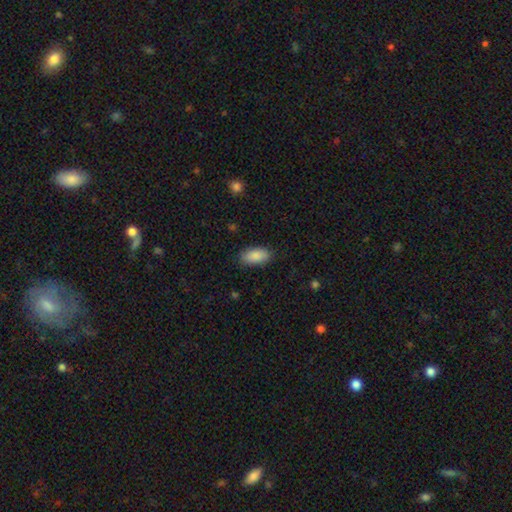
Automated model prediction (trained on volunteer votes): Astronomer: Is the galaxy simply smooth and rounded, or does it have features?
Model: smooth — 89%.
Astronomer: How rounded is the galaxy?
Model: in between — 92%.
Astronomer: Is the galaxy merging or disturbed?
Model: none — 85%.